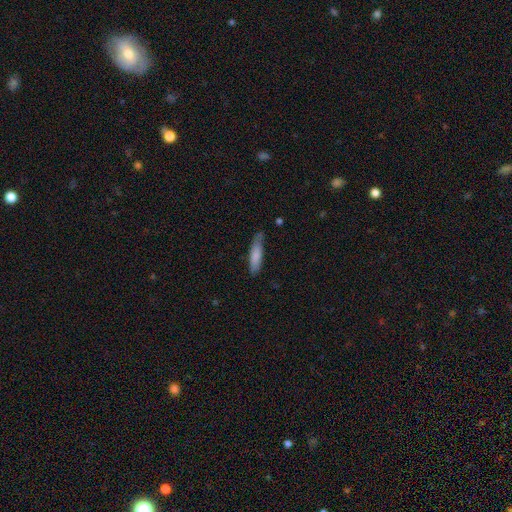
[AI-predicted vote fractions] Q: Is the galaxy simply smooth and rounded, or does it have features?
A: smooth — 78%.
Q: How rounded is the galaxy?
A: cigar-shaped — 70%.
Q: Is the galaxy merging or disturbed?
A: none — 67%.